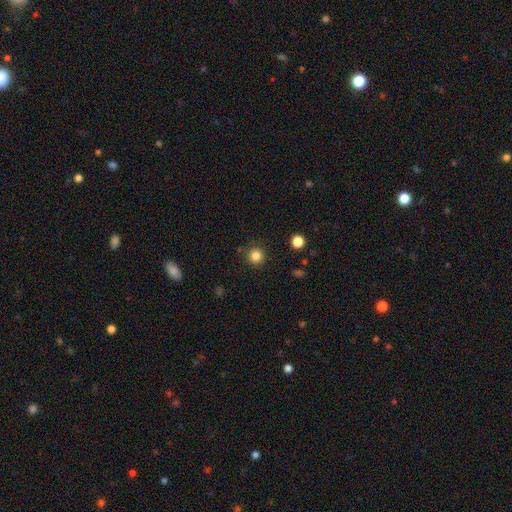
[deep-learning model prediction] A smooth galaxy with no disk features (83%) that is round (95%).

Vote fractions:
- Smooth or featured? smooth: 83% / star or artifact: 12% / featured or disk: 4%
- How rounded? round: 95% / in between: 4% / cigar-shaped: 1%
- Merging? none: 90% / minor disturbance: 6% / major disturbance: 2% / merger: 2%